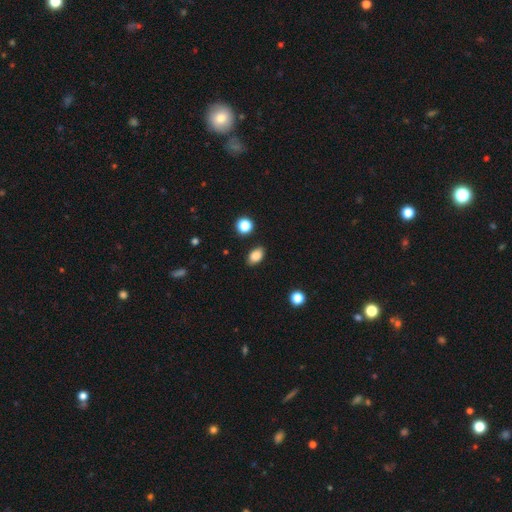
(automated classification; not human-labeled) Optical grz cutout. It shows a smooth galaxy with no disk features (86%) that is in between round and cigar-shaped (86%). Merging: none (87%).